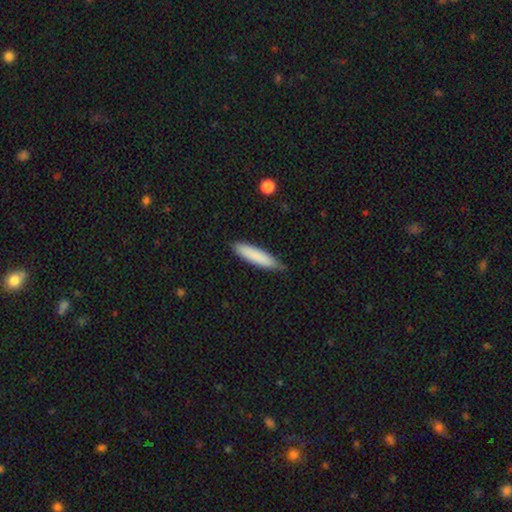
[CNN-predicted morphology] Smooth or featured? Predicted: smooth (p=0.84). How rounded? Predicted: cigar-shaped (p=0.80). Merging? Predicted: none (p=0.80).